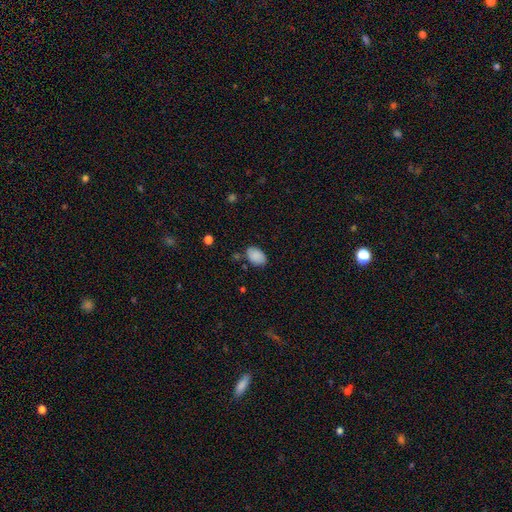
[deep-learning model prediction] Smooth or featured? Predicted: smooth (p=0.88). How rounded? Predicted: in between (p=0.89). Merging? Predicted: none (p=0.78).